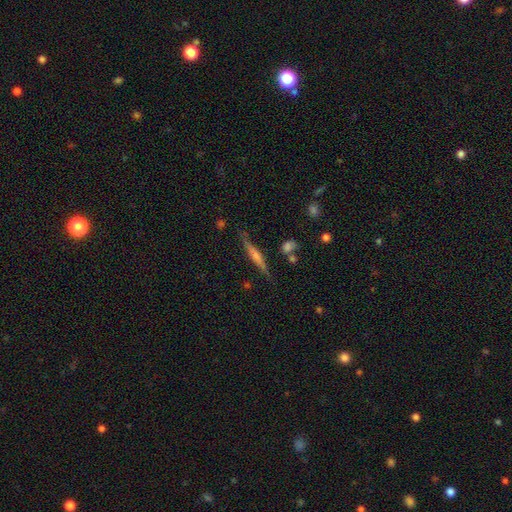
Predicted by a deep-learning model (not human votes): Morphology: type=featured or disk (61%); edge-on=yes (96%); edge-on bulge=rounded (60%); merging=none (81%).